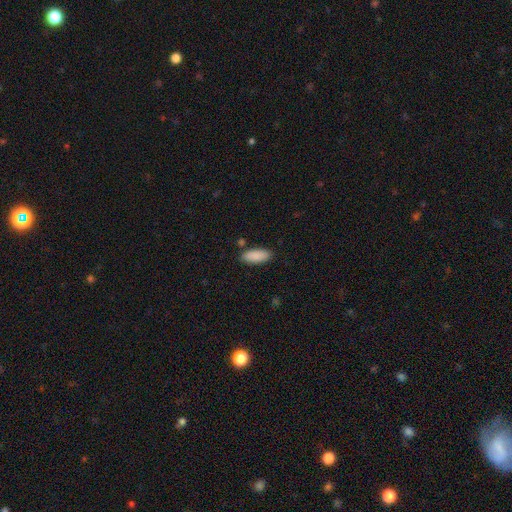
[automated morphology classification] smooth-or-featured: smooth: 90% | star or artifact: 6% | featured or disk: 4%
  how-rounded: in between: 77% | cigar-shaped: 21% | round: 2%
  merging: none: 84% | minor disturbance: 10% | merger: 3% | major disturbance: 2%